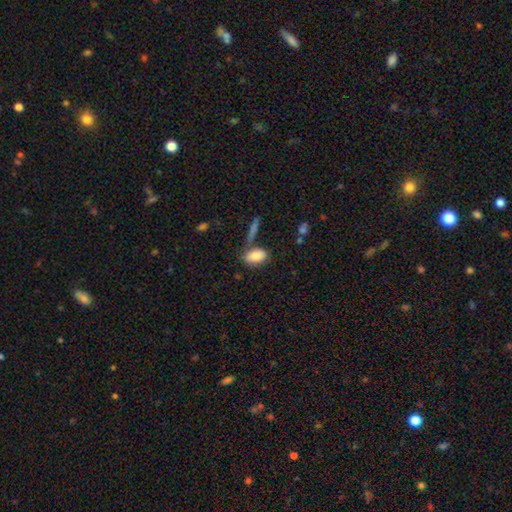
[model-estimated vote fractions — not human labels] Smooth or featured? smooth (82%)
How rounded? in between (91%)
Merging? none (64%)